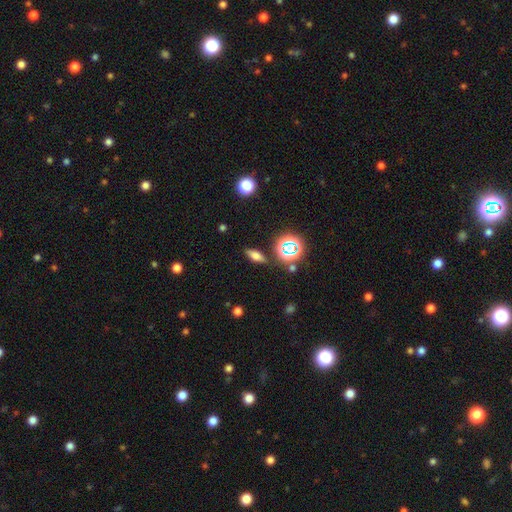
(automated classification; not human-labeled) The model was most divided on "how rounded": in between: 58%, cigar-shaped: 31%, round: 10%. More confident: merging — none (84%); smooth or featured — smooth (57%).